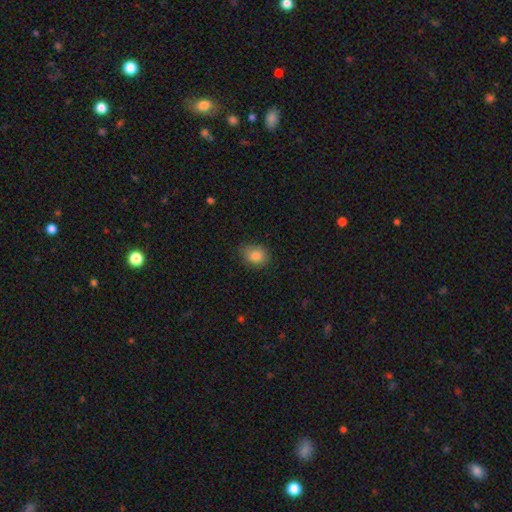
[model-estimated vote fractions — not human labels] The model was most divided on "how rounded": in between: 52%, round: 47%, cigar-shaped: 1%. More confident: smooth or featured — smooth (85%); merging — none (74%).